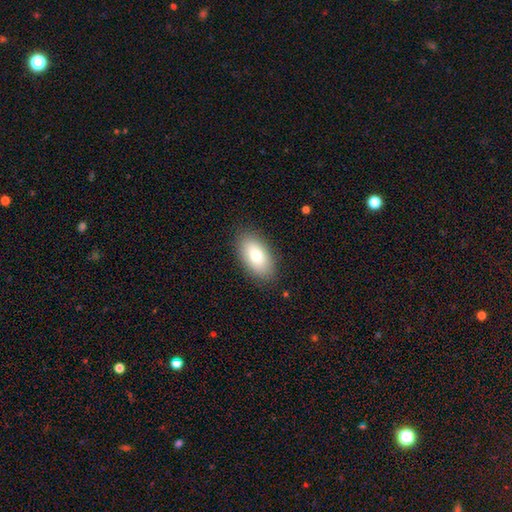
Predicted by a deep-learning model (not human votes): Smooth or featured? Predicted: smooth (p=0.80). How rounded? Predicted: in between (p=0.94). Merging? Predicted: none (p=0.86).